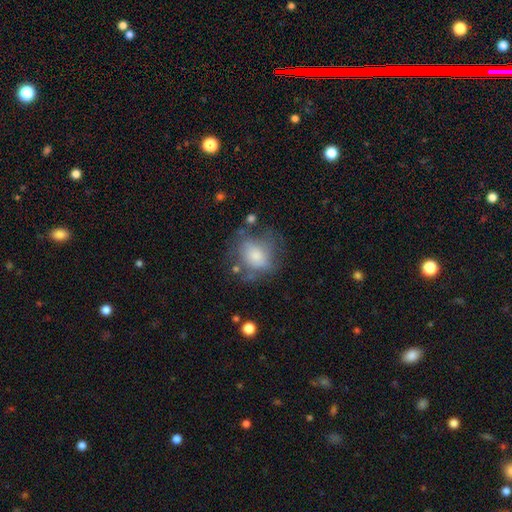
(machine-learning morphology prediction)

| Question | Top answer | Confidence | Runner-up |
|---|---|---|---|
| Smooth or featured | smooth | 63% | featured or disk (28%) |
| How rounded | round | 59% | in between (40%) |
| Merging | none | 43% | minor disturbance (27%) |